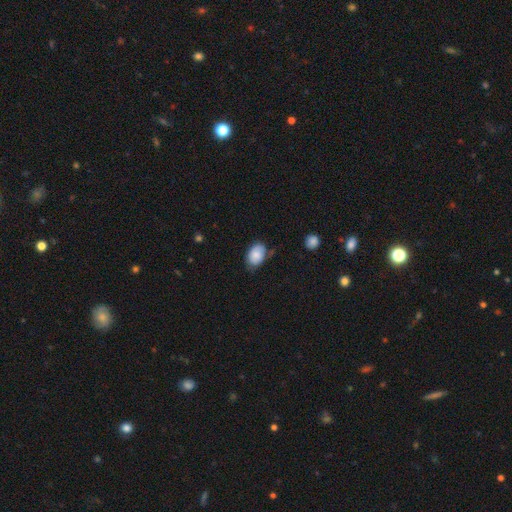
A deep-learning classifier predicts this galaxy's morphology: type=smooth (83%); roundness=in between (86%); merging=none (66%).